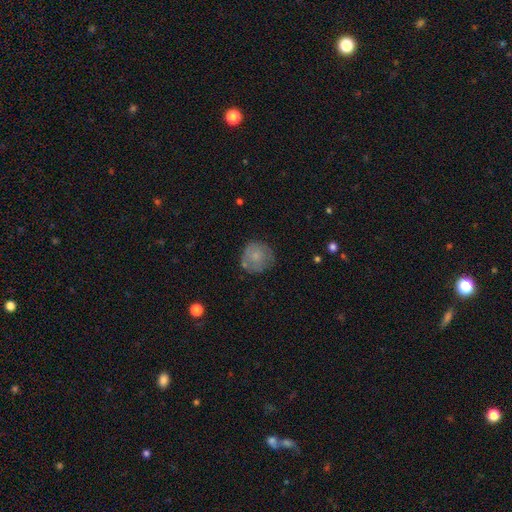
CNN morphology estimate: A smooth galaxy with no disk features (65%) that is round (91%). Merging: none (69%).